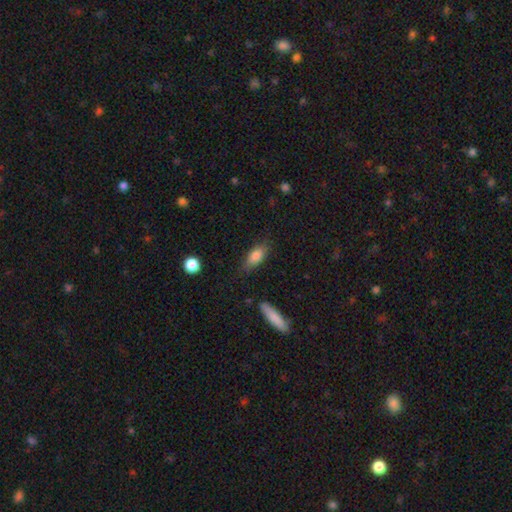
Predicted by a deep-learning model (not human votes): Smooth or featured? Predicted: smooth (p=0.82). How rounded? Predicted: in between (p=0.74). Merging? Predicted: none (p=0.77).